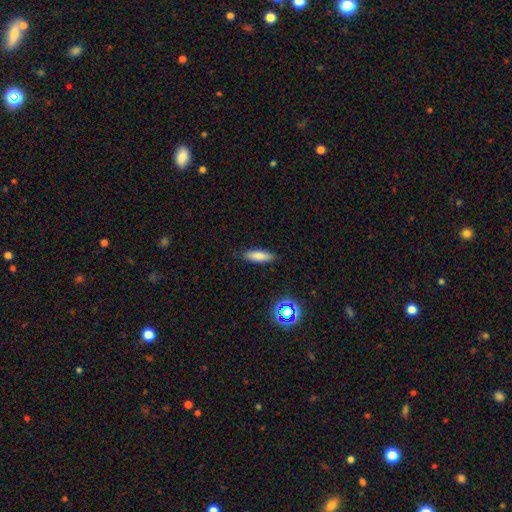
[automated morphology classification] smooth-or-featured: smooth: 81% | star or artifact: 10% | featured or disk: 9%
  how-rounded: in between: 51% | cigar-shaped: 47% | round: 2%
  merging: none: 86% | minor disturbance: 10% | major disturbance: 2% | merger: 1%